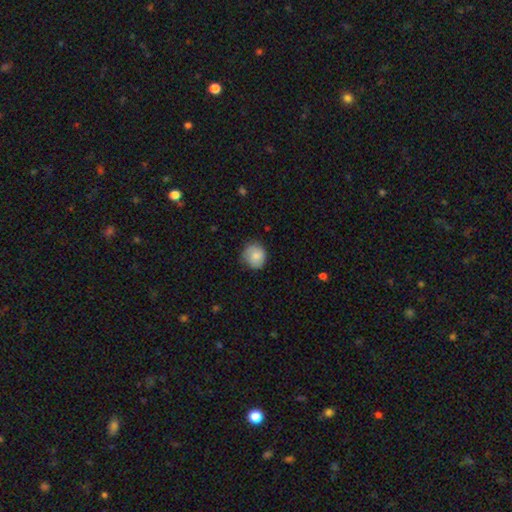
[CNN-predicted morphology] This appears to be a smooth galaxy with no disk features (78%) that is round (82%). Merging: none (69%).